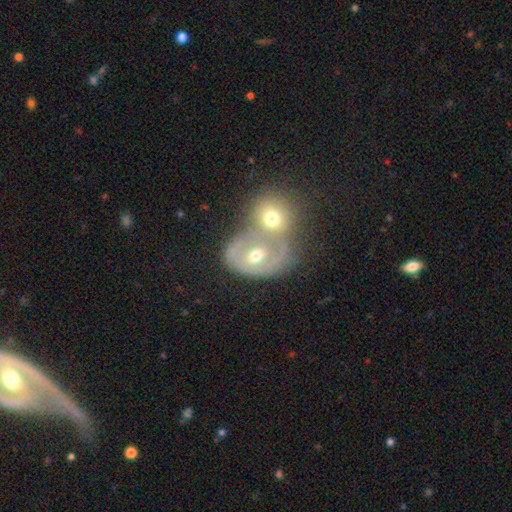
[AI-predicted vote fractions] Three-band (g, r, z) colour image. It shows a featured or disk galaxy (58%) with no bar (70%), spiral arms (55%) and a moderate central bulge (66%). Merging: merger (66%).